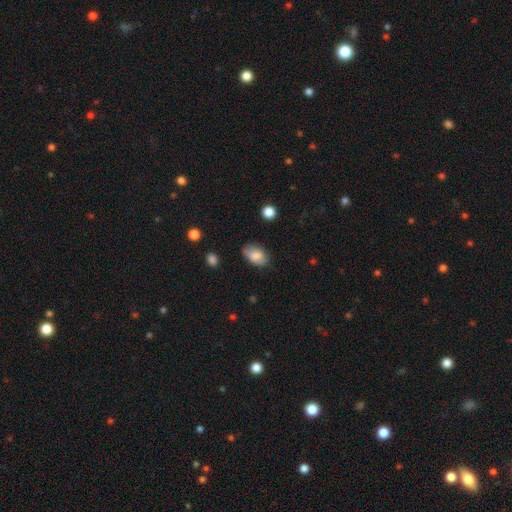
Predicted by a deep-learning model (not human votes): This appears to be a smooth galaxy with no disk features (83%) that is in between round and cigar-shaped (89%). Merging: none (77%).